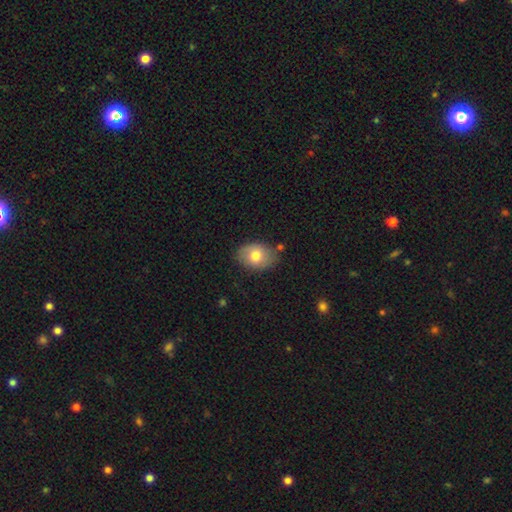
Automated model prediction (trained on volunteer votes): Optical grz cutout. It shows a smooth galaxy with no disk features (75%) that is in between round and cigar-shaped (73%). Merging: none (77%).